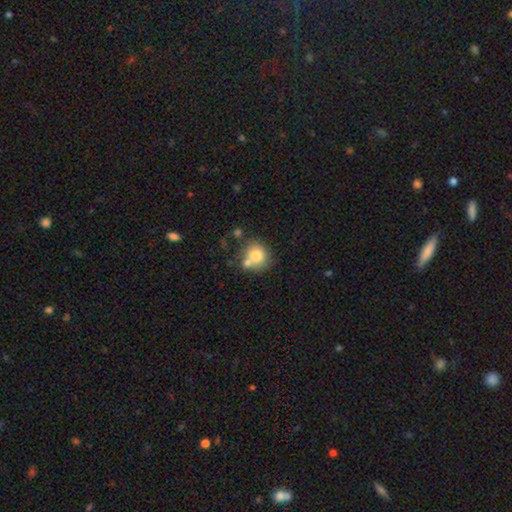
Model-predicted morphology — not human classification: Q: Smooth or featured?
A: smooth (75%); runner-up: featured or disk (15%)
Q: How rounded?
A: round (76%); runner-up: in between (23%)
Q: Merging?
A: none (51%); runner-up: merger (28%)